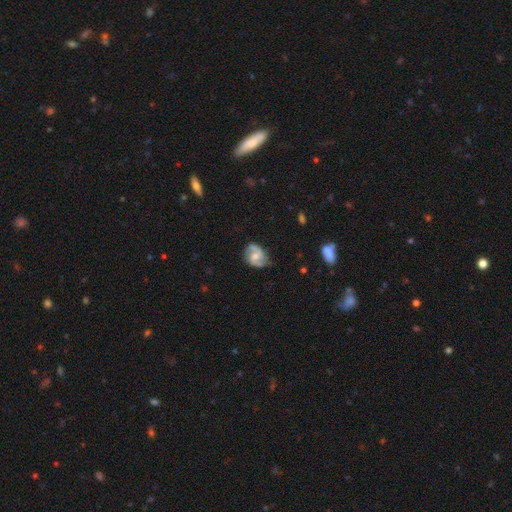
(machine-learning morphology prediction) smooth_or_featured: featured or disk (p=0.76) [alt: smooth p=0.18]
disk_edge_on: no (p=0.98) [alt: yes p=0.02]
bar: weak (p=0.45) [alt: no p=0.44]
has_spiral_arms: yes (p=0.93) [alt: no p=0.07]
spiral_winding: medium (p=0.51) [alt: tight p=0.26]
spiral_arm_count: 2 (p=0.86) [alt: can't tell p=0.07]
bulge_size: moderate (p=0.54) [alt: small p=0.31]
merging: none (p=0.67) [alt: minor disturbance p=0.23]